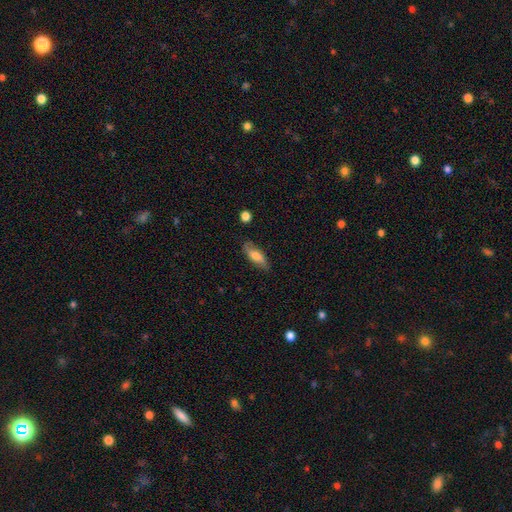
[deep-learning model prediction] This appears to be a smooth galaxy with no disk features (68%) that is in between round and cigar-shaped (70%). Merging: none (75%).